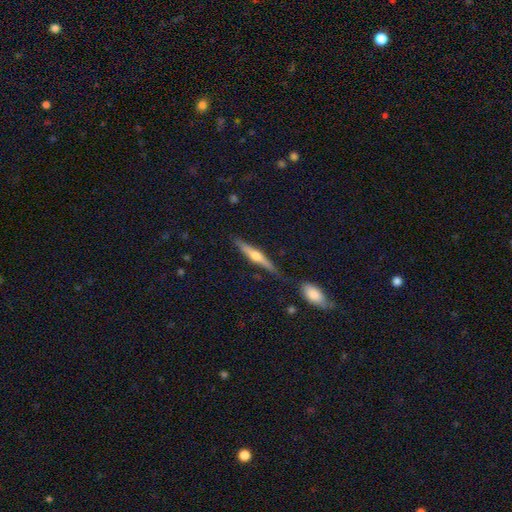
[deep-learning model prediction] Q: Smooth or featured?
A: featured or disk (64%); runner-up: smooth (30%)
Q: Edge-on disk?
A: yes (96%); runner-up: no (4%)
Q: Edge-on bulge?
A: rounded (91%); runner-up: none (5%)
Q: Merging?
A: none (80%); runner-up: minor disturbance (14%)